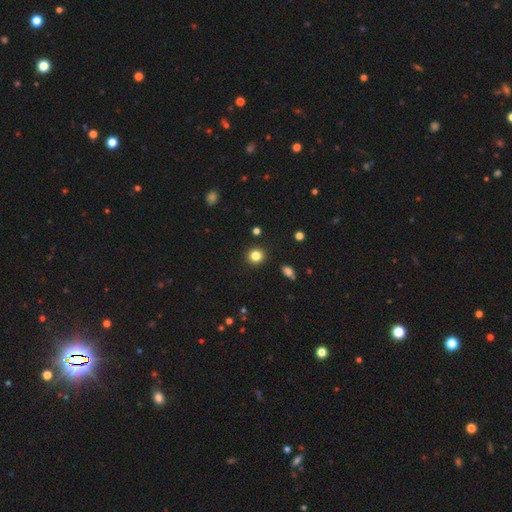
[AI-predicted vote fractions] Q: Smooth or featured?
A: smooth (83%); runner-up: star or artifact (13%)
Q: How rounded?
A: round (90%); runner-up: in between (9%)
Q: Merging?
A: none (91%); runner-up: minor disturbance (5%)